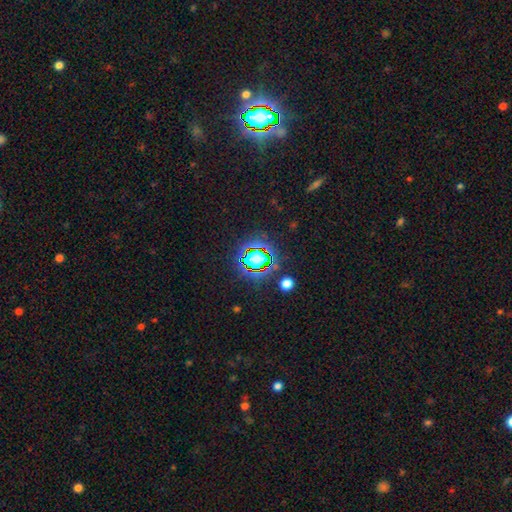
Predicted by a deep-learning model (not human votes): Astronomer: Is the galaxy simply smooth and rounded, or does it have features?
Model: star or artifact — 68%.